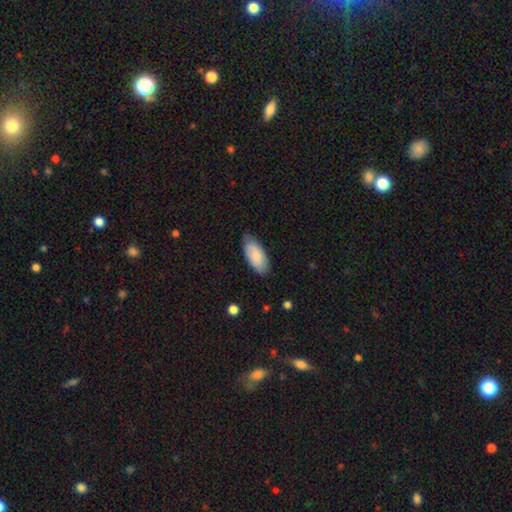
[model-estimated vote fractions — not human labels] smooth 82%, featured or disk 12%, star or artifact 5%. Down the decision tree: how rounded — in between (90%); merging — none (76%).